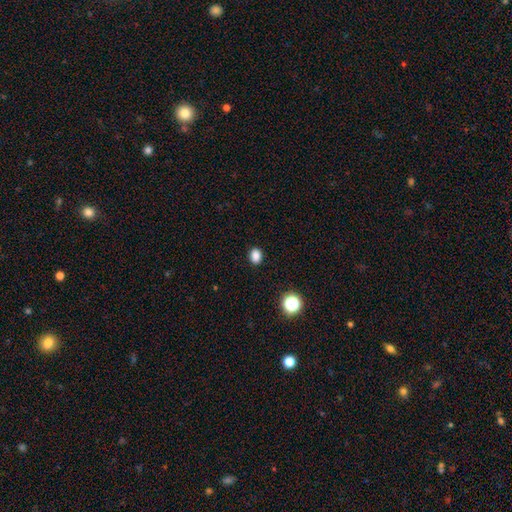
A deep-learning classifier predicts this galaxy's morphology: Smooth or featured? Predicted: smooth (p=0.85). How rounded? Predicted: in between (p=0.55). Merging? Predicted: none (p=0.89).